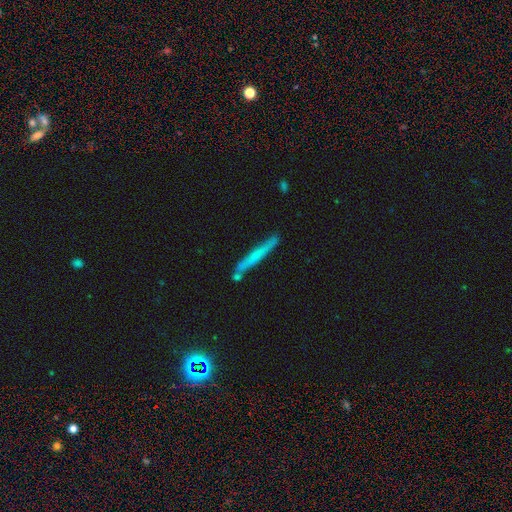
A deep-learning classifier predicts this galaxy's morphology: Q: Smooth or featured?
A: smooth (50%); runner-up: featured or disk (43%)
Q: Merging?
A: none (80%); runner-up: minor disturbance (12%)